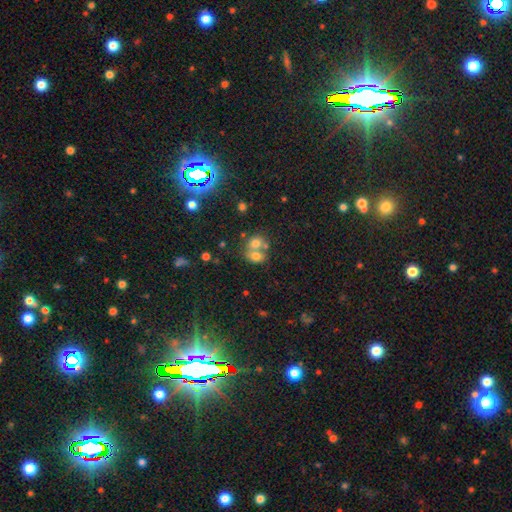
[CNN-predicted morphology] Smooth or featured? smooth (68%)
How rounded? round (52%)
Merging? merger (62%)